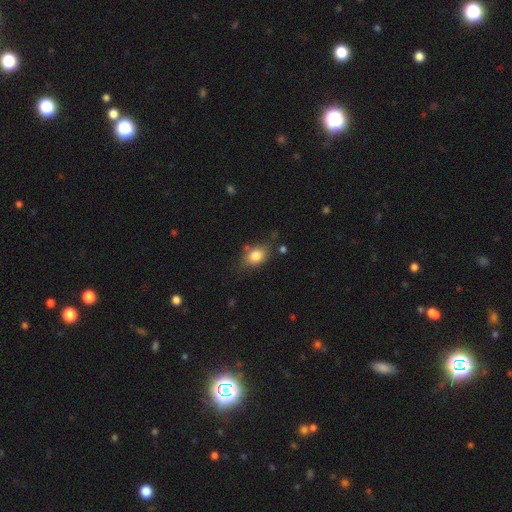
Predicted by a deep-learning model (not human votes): smooth-or-featured: smooth: 82% | featured or disk: 9% | star or artifact: 9%
  how-rounded: in between: 79% | round: 19% | cigar-shaped: 2%
  merging: none: 72% | minor disturbance: 18% | merger: 5% | major disturbance: 5%